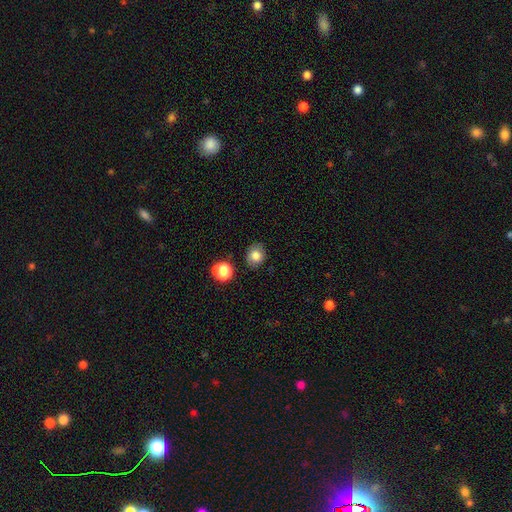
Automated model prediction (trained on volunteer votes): smooth-or-featured: smooth: 79% | star or artifact: 11% | featured or disk: 9%
  how-rounded: round: 65% | in between: 34% | cigar-shaped: 1%
  merging: none: 83% | minor disturbance: 11% | major disturbance: 3% | merger: 3%